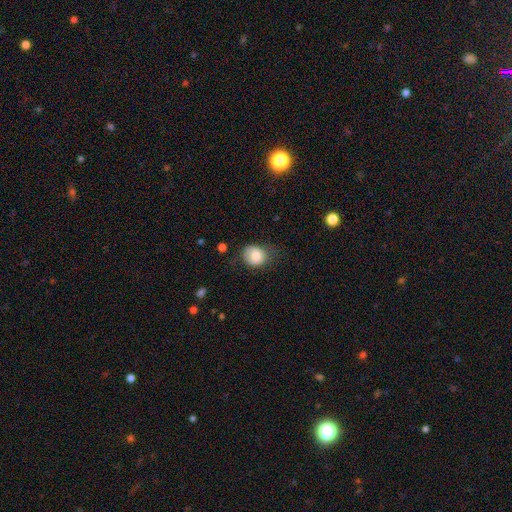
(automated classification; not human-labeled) A smooth galaxy with no disk features (82%) that is round (59%). Merging: none (56%).